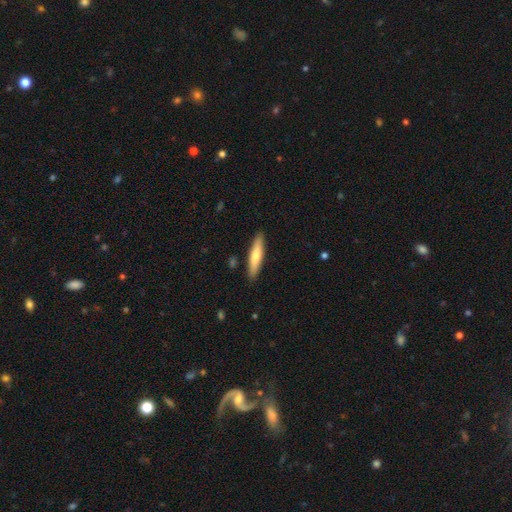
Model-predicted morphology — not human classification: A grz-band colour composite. It shows a smooth galaxy with no disk features (64%) that is cigar-shaped (85%). Merging: none (89%).